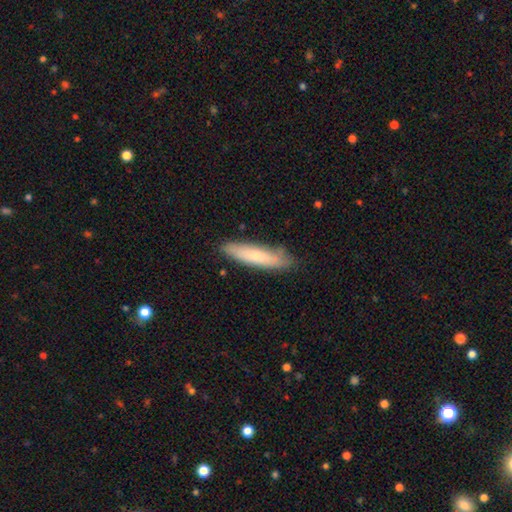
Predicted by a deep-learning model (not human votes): Morphology: type=smooth (70%); roundness=cigar-shaped (80%); merging=none (79%).